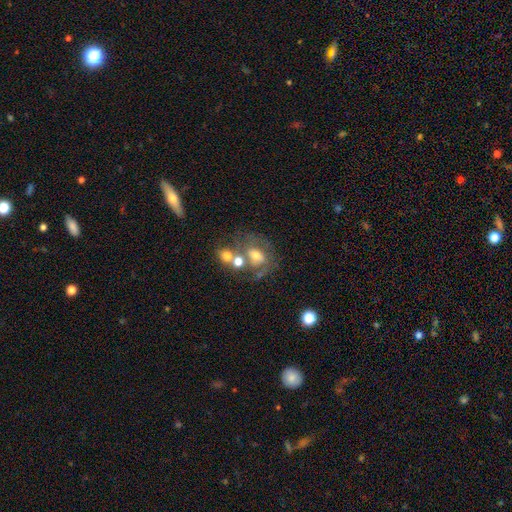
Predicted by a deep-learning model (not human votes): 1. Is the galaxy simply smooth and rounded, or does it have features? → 44% featured or disk, 43% smooth, 13% star or artifact.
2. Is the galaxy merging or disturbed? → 36% none, 33% merger, 16% minor disturbance, 15% major disturbance.